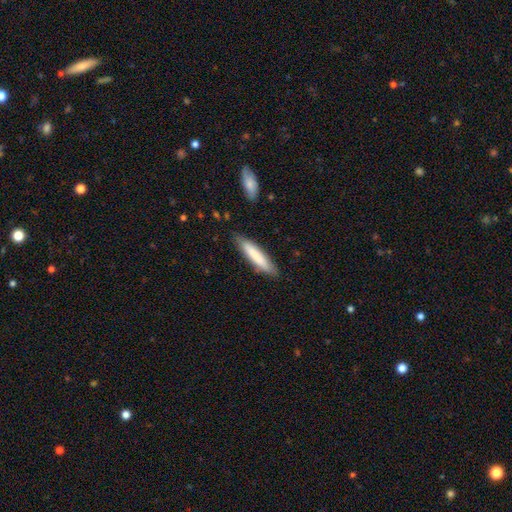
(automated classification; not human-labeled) Morphology: type=smooth (79%); roundness=cigar-shaped (85%); merging=none (85%).